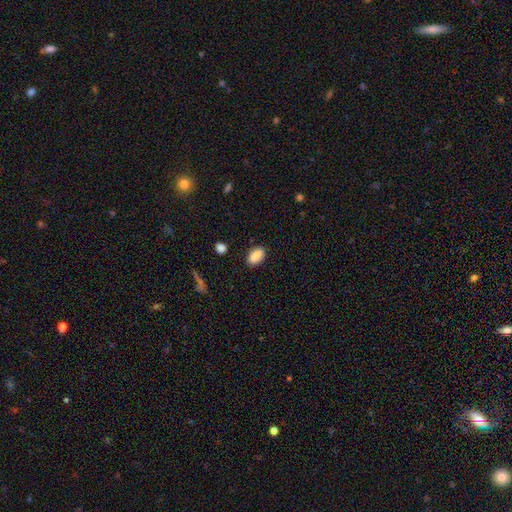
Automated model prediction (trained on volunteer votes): A smooth galaxy with no disk features (87%) that is in between round and cigar-shaped (91%).

Vote fractions:
- Smooth or featured? smooth: 87% / star or artifact: 8% / featured or disk: 5%
- How rounded? in between: 91% / round: 6% / cigar-shaped: 3%
- Merging? none: 85% / minor disturbance: 10% / major disturbance: 3% / merger: 2%